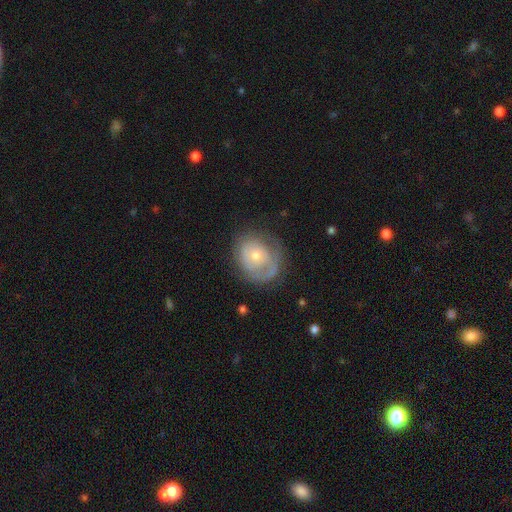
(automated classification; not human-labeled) Morphology: type=featured or disk (51%); edge-on=no (96%); merging=none (56%).